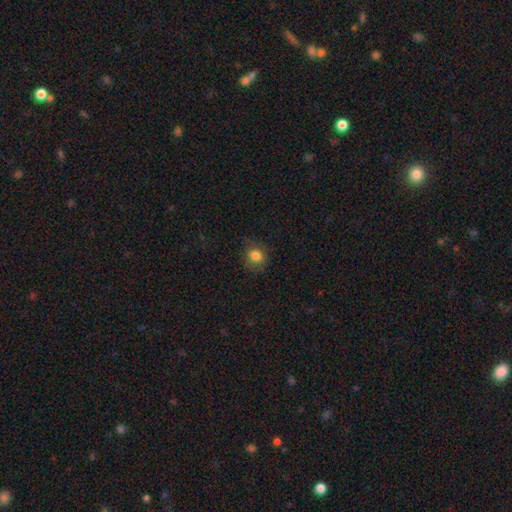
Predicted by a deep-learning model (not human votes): A smooth galaxy with no disk features (82%) that is round (81%).

Vote fractions:
- Smooth or featured? smooth: 82% / star or artifact: 11% / featured or disk: 7%
- How rounded? round: 81% / in between: 18% / cigar-shaped: 1%
- Merging? none: 77% / minor disturbance: 17% / major disturbance: 6% / merger: 1%